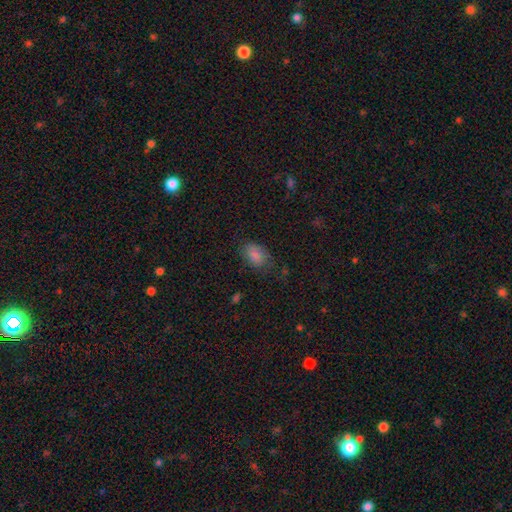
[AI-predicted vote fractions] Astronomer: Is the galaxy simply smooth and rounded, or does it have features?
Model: smooth — 82%.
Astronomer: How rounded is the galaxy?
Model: in between — 86%.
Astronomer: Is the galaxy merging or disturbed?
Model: none — 70%.